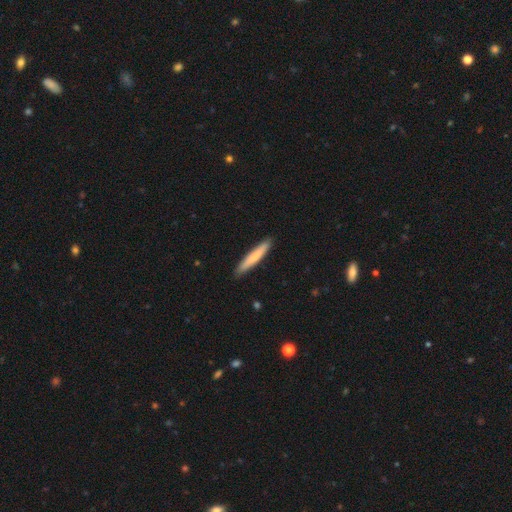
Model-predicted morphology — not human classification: This appears to be a smooth galaxy with no disk features (75%) that is cigar-shaped (94%). Merging: none (89%).